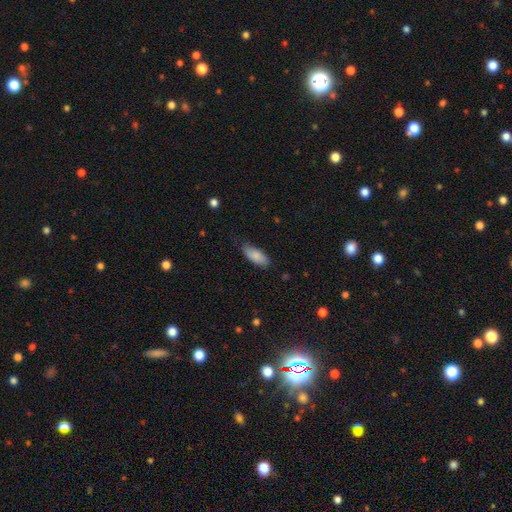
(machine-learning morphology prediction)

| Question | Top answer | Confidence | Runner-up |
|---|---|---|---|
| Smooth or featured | smooth | 85% | featured or disk (9%) |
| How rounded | in between | 83% | cigar-shaped (16%) |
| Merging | none | 70% | minor disturbance (25%) |